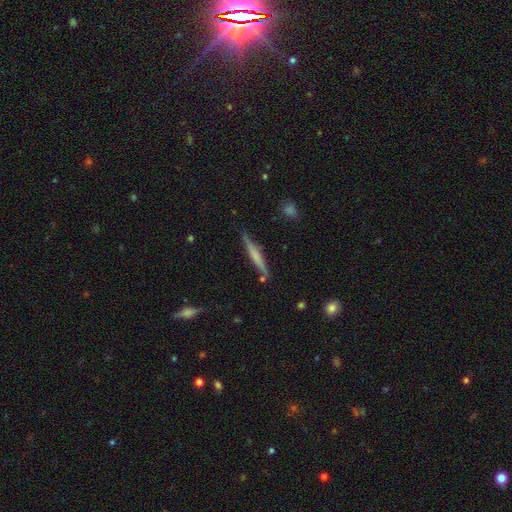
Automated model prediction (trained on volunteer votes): smooth-or-featured: smooth: 48% | featured or disk: 45% | star or artifact: 6%
  merging: none: 84% | minor disturbance: 11% | merger: 3% | major disturbance: 2%